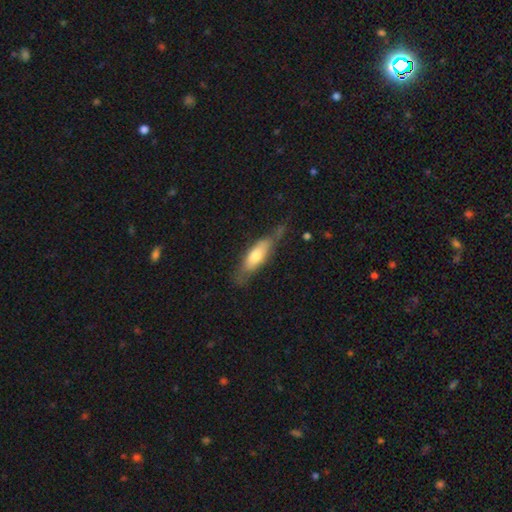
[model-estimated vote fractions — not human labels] A smooth galaxy with no disk features (61%) that is in between round and cigar-shaped (54%). Merging: none (54%).